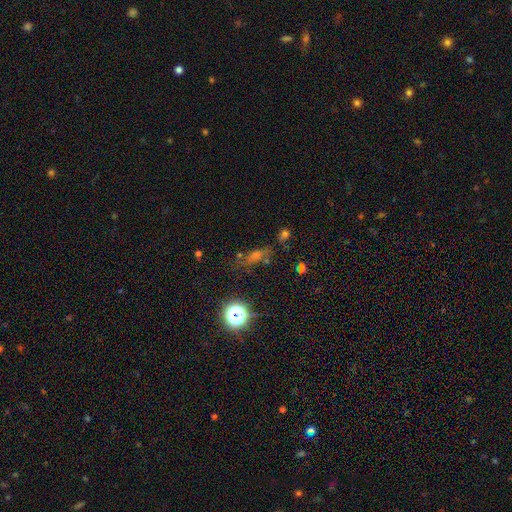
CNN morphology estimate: The model was most divided on "smooth or featured": star or artifact: 40%, smooth: 39%, featured or disk: 20%.